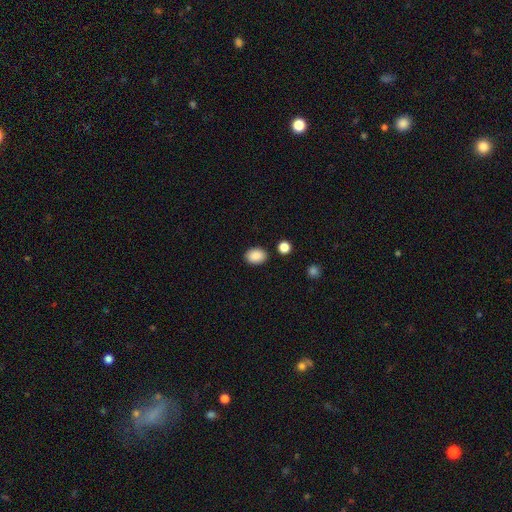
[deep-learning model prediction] Q: Smooth or featured?
A: smooth (88%); runner-up: star or artifact (8%)
Q: How rounded?
A: in between (76%); runner-up: round (23%)
Q: Merging?
A: none (87%); runner-up: minor disturbance (9%)